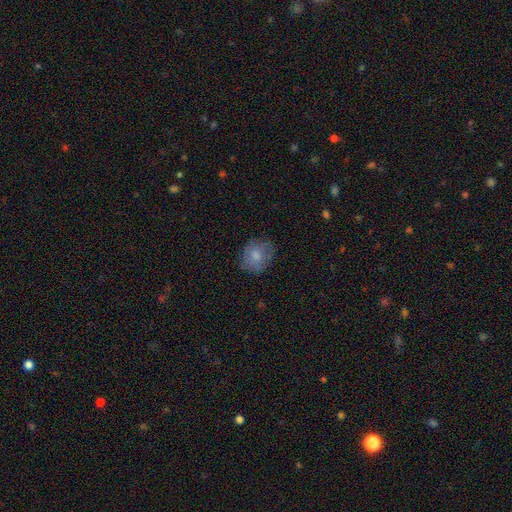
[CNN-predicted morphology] type=smooth (74%); roundness=round (63%); merging=none (71%).